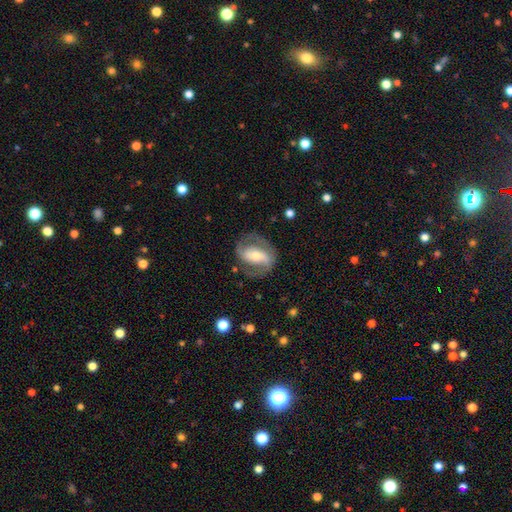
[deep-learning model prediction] Smooth or featured? Predicted: featured or disk (p=0.77). Edge-on disk? Predicted: no (p=0.96). Bar? Predicted: strong (p=0.46). Spiral arms? Predicted: yes (p=0.86). Spiral winding? Predicted: medium (p=0.49). Spiral arm count? Predicted: 2 (p=0.86). Bulge size? Predicted: moderate (p=0.51). Merging? Predicted: none (p=0.74).